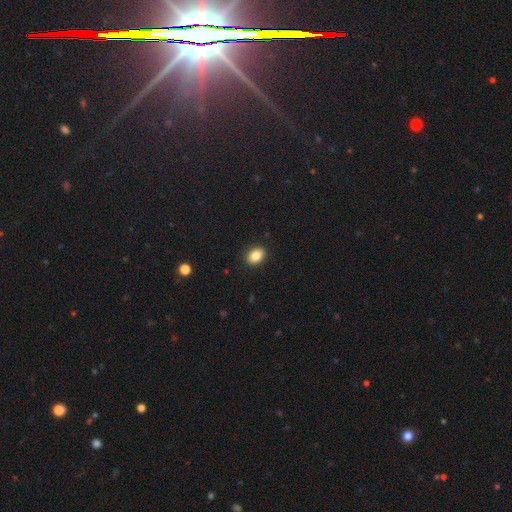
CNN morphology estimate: This appears to be a smooth galaxy with no disk features (86%) that is in between round and cigar-shaped (71%). Merging: none (90%).